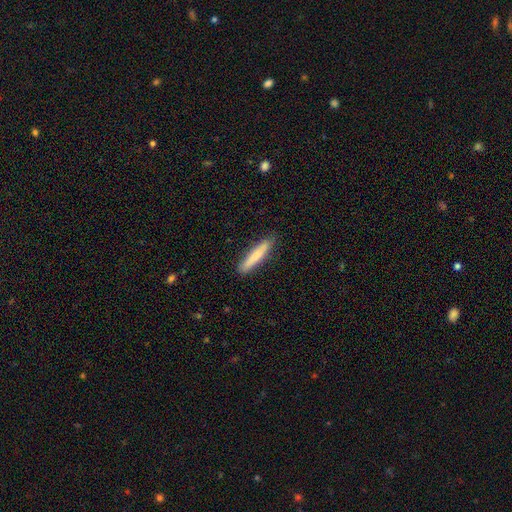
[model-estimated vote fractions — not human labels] Morphology: type=smooth (78%); roundness=cigar-shaped (91%); merging=none (88%).